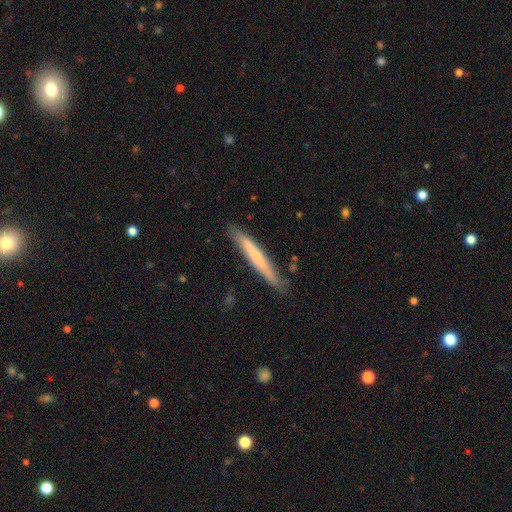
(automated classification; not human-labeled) smooth_or_featured: smooth (p=0.58) [alt: featured or disk p=0.37]
how_rounded: cigar-shaped (p=0.96) [alt: in between p=0.03]
merging: none (p=0.84) [alt: minor disturbance p=0.12]